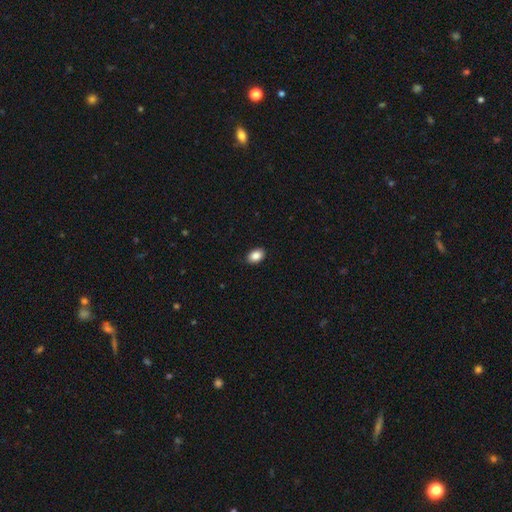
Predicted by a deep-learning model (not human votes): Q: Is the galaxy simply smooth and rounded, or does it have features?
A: smooth — 88%.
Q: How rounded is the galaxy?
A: in between — 84%.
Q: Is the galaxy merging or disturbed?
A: none — 89%.